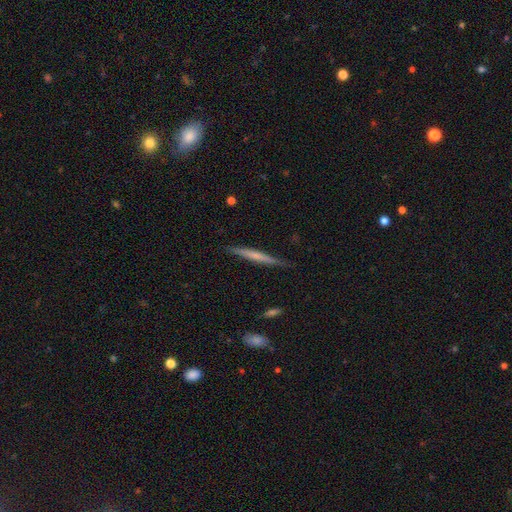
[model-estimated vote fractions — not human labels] featured or disk 50%, smooth 45%, star or artifact 6%. Down the decision tree: merging — none (85%).